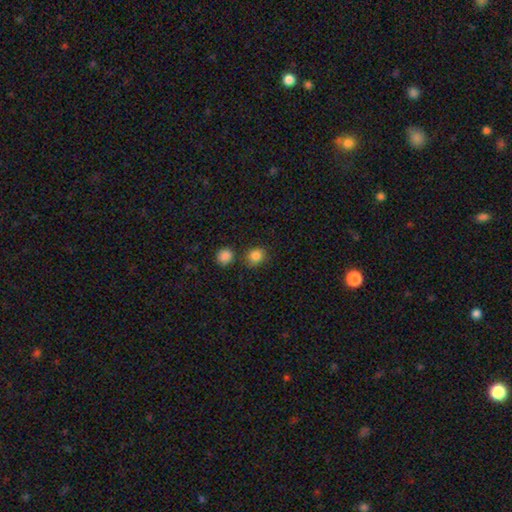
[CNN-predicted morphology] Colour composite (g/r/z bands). It shows a smooth galaxy with no disk features (85%) that is round (73%). Merging: none (77%).